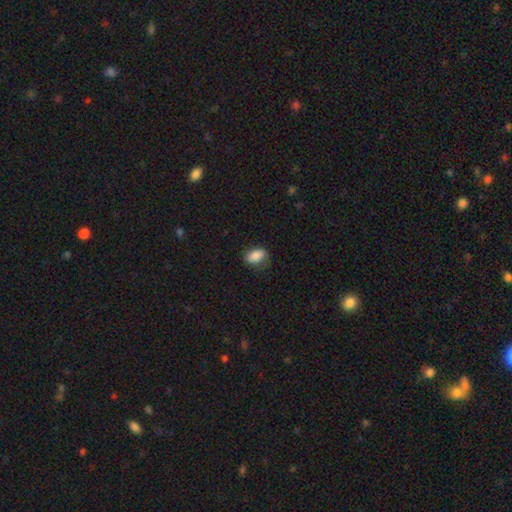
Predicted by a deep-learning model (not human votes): This appears to be a smooth galaxy with no disk features (87%) that is in between round and cigar-shaped (88%). Merging: none (76%).